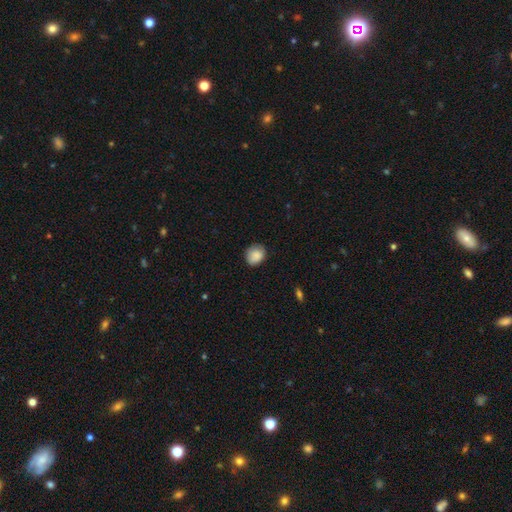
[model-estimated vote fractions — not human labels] Overall: smooth (87%). How rounded: round (64%; in between 35%). Merging: none (75%).